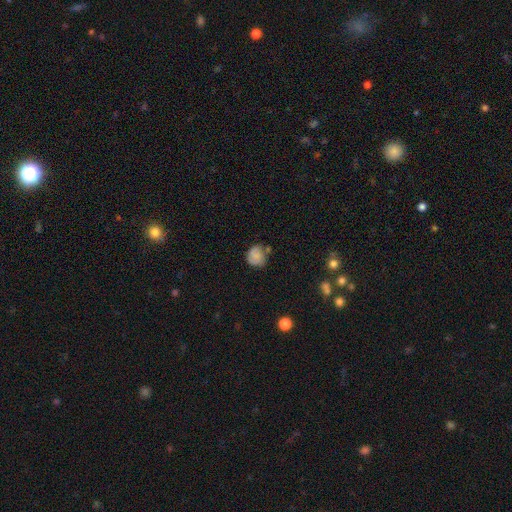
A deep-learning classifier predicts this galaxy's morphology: This appears to be a smooth galaxy with no disk features (73%) that is round (78%). Merging: none (56%).